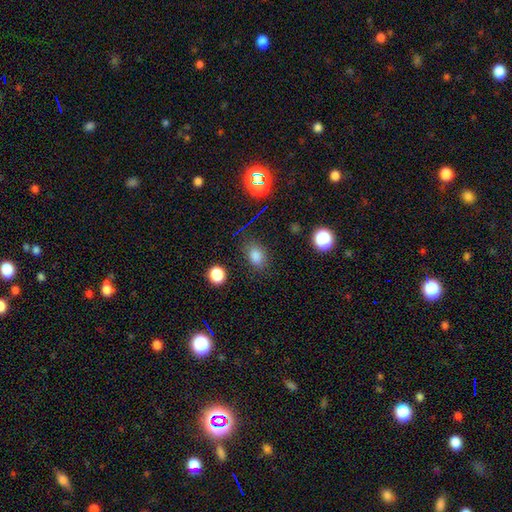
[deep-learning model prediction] smooth 80%, star or artifact 15%, featured or disk 6%. Down the decision tree: how rounded — in between (72%); merging — none (80%).